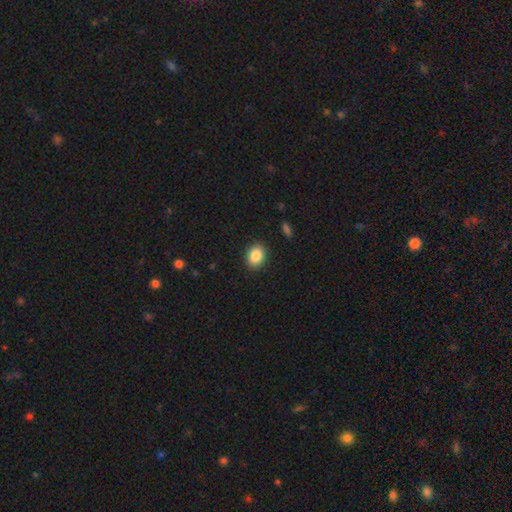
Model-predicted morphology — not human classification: This appears to be a smooth galaxy with no disk features (87%) that is in between round and cigar-shaped (65%). Merging: none (90%).